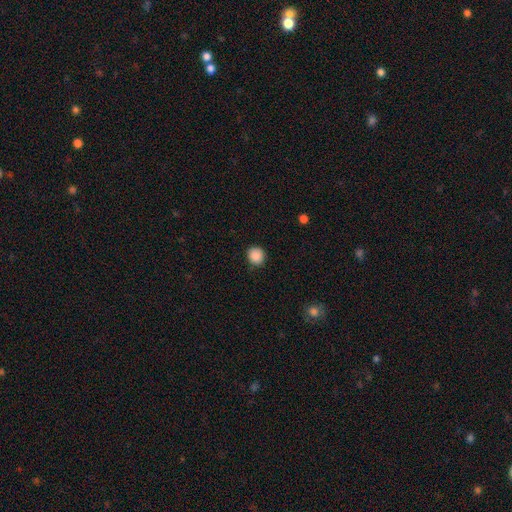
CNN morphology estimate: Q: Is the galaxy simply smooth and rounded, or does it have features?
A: smooth — 88%.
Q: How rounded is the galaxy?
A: round — 87%.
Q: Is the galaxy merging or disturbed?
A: none — 87%.